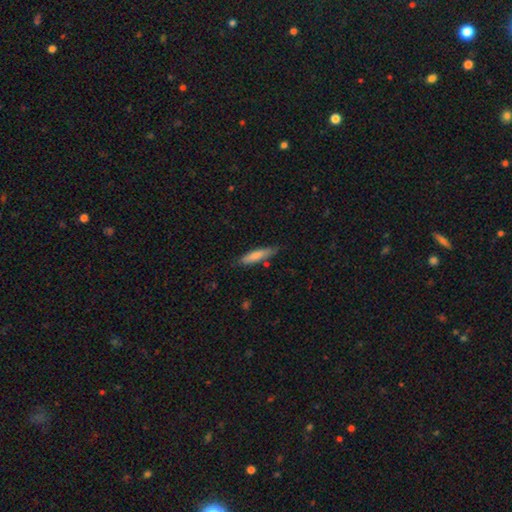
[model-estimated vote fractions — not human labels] smooth_or_featured: smooth (p=0.77) [alt: featured or disk p=0.18]
how_rounded: cigar-shaped (p=0.77) [alt: in between p=0.21]
merging: none (p=0.76) [alt: minor disturbance p=0.18]